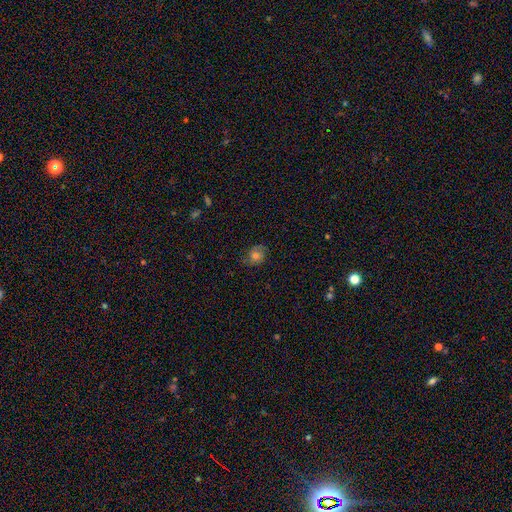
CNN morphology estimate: Smooth or featured?
  - smooth: 57% *
  - featured or disk: 30%
  - star or artifact: 12%
How rounded?
  - round: 66% *
  - in between: 33%
  - cigar-shaped: 1%
Merging?
  - none: 69% *
  - minor disturbance: 21%
  - major disturbance: 8%
  - merger: 1%